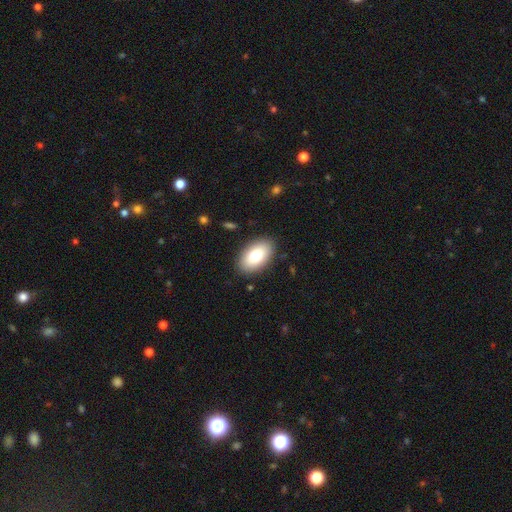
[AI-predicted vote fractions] smooth_or_featured: smooth (p=0.78) [alt: featured or disk p=0.15]
how_rounded: in between (p=0.93) [alt: round p=0.05]
merging: none (p=0.88) [alt: minor disturbance p=0.08]